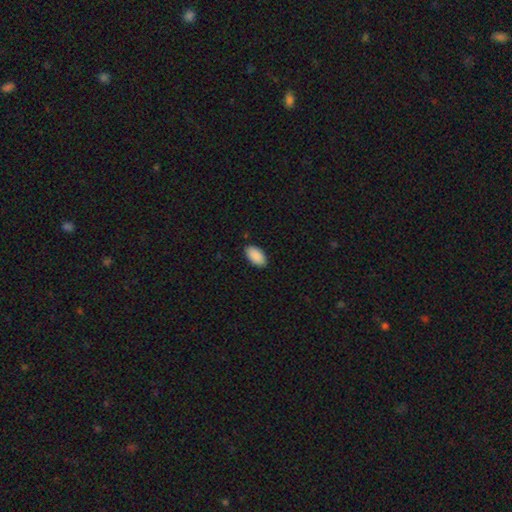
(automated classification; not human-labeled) Morphology: type=smooth (91%); roundness=in between (95%); merging=none (88%).